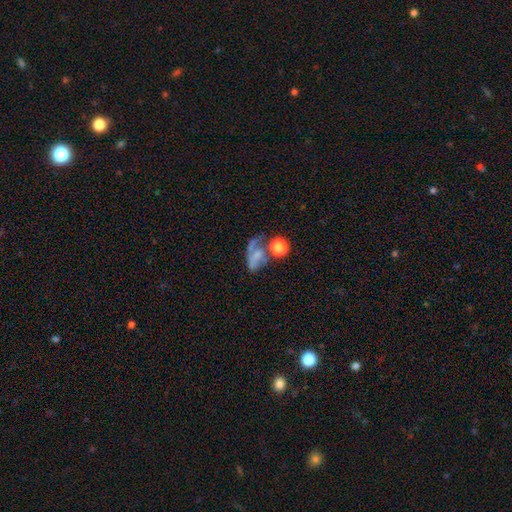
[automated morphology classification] Overall: smooth (47%; featured or disk 37%). Merging: major disturbance (32%; merger 26%).